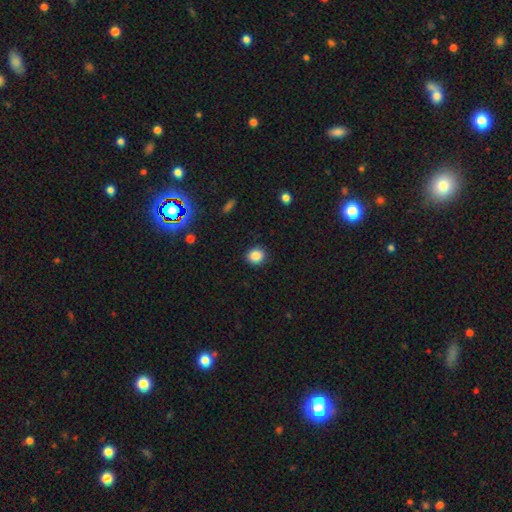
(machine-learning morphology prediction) Smooth or featured: smooth — 87% (star or artifact — 10%)
How rounded: round — 79% (in between — 20%)
Merging: none — 90% (minor disturbance — 7%)